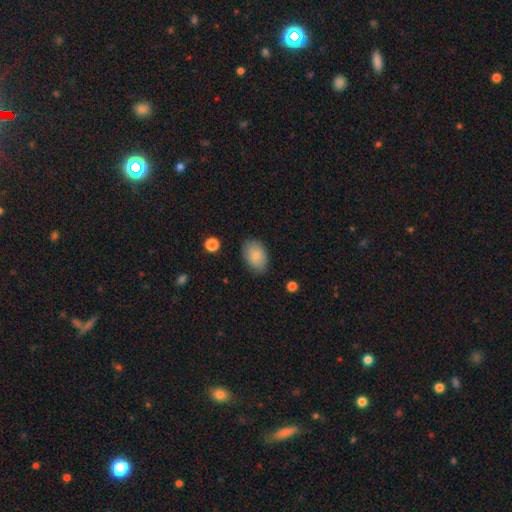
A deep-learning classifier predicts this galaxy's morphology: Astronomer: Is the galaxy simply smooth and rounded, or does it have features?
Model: smooth — 84%.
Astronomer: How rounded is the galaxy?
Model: in between — 86%.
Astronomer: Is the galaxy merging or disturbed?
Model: none — 82%.